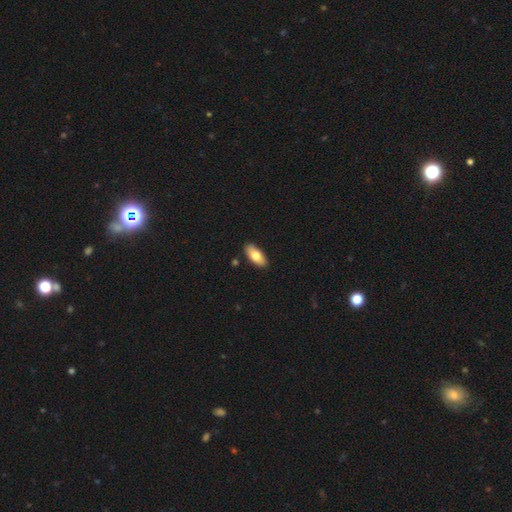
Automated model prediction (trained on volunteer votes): smooth-or-featured: smooth: 76% | featured or disk: 18% | star or artifact: 6%
  how-rounded: in between: 87% | cigar-shaped: 11% | round: 2%
  merging: none: 88% | minor disturbance: 9% | major disturbance: 2% | merger: 2%